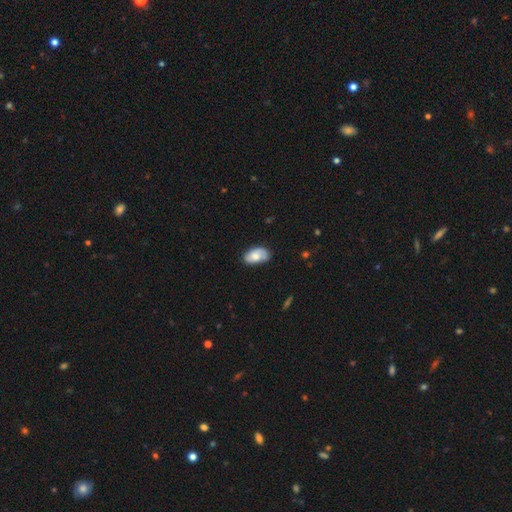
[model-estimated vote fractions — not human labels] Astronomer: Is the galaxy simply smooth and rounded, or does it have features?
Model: smooth — 63%.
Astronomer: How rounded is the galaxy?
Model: in between — 93%.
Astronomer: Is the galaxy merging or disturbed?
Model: none — 63%.